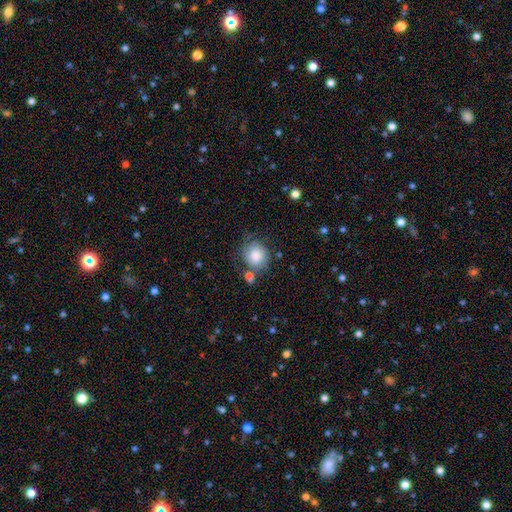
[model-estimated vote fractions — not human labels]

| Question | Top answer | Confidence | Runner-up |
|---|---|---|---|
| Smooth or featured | smooth | 76% | featured or disk (17%) |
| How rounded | round | 82% | in between (17%) |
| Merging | none | 58% | minor disturbance (21%) |